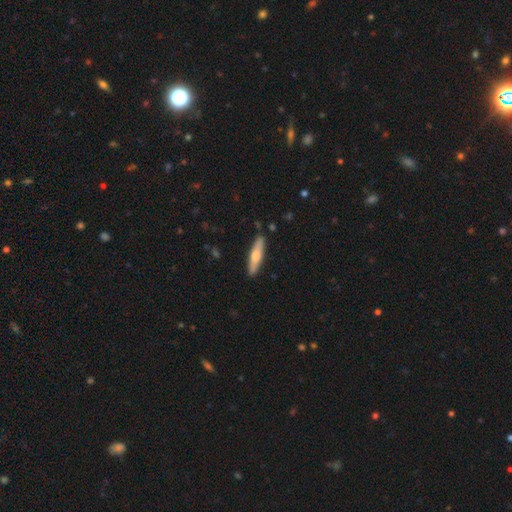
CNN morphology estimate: Smooth or featured? smooth (57%)
How rounded? cigar-shaped (80%)
Merging? none (89%)